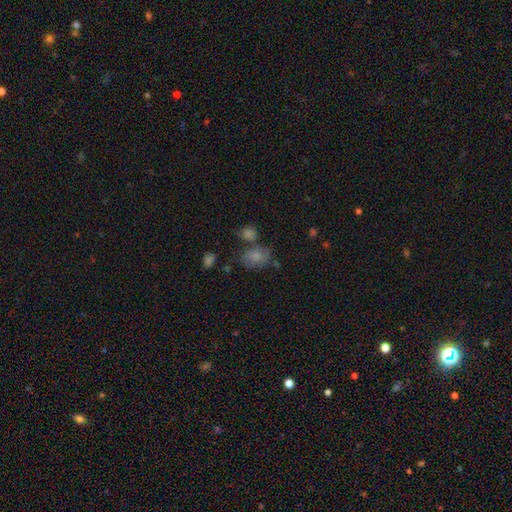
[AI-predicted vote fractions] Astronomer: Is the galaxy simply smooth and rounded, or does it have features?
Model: smooth — 73%.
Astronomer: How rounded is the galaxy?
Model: in between — 68%.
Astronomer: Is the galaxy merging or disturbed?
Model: none — 54%.